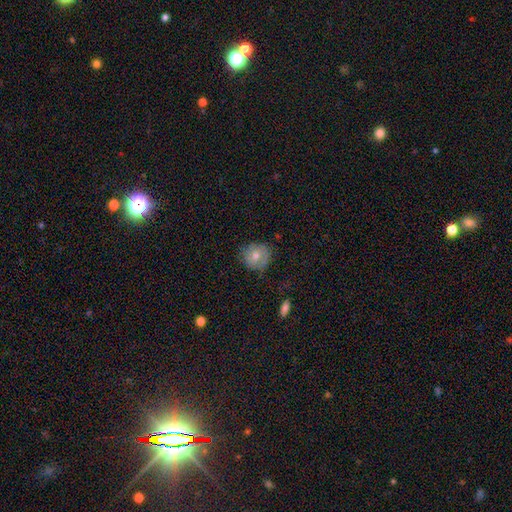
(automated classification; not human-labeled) Morphology: type=smooth (50%); merging=none (74%).